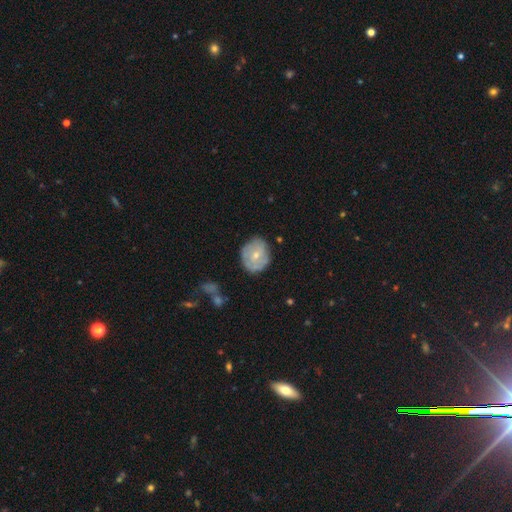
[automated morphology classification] Smooth or featured? Predicted: featured or disk (p=0.47). Merging? Predicted: none (p=0.73).